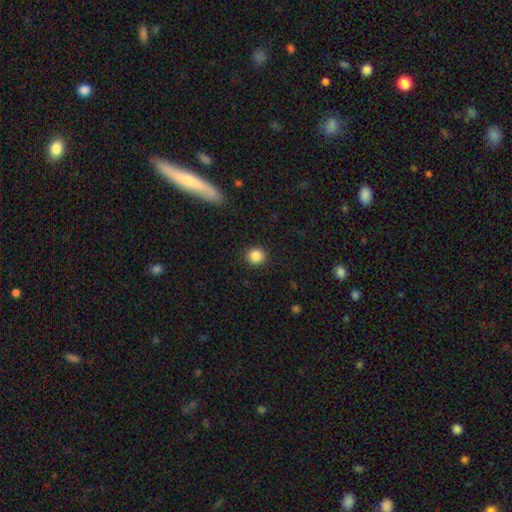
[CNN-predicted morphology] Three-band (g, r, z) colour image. It shows a smooth galaxy with no disk features (86%) that is round (88%). Merging: none (91%).